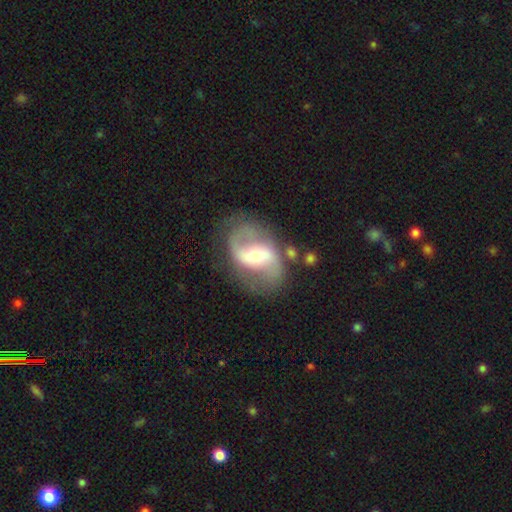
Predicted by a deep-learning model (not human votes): The model was most divided on "bar": strong: 42%, weak: 39%, no: 18%. More confident: edge-on disk — no (97%); spiral arms — yes (89%); spiral arm count — 2 (88%); smooth or featured — featured or disk (82%); merging — none (71%); spiral winding — loose (51%); bulge size — moderate (51%).